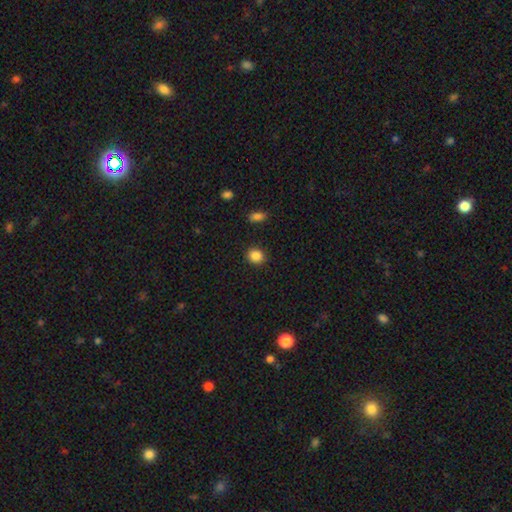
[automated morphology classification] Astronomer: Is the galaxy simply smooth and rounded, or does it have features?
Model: smooth — 87%.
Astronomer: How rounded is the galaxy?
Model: round — 78%.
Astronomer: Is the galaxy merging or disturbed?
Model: none — 90%.